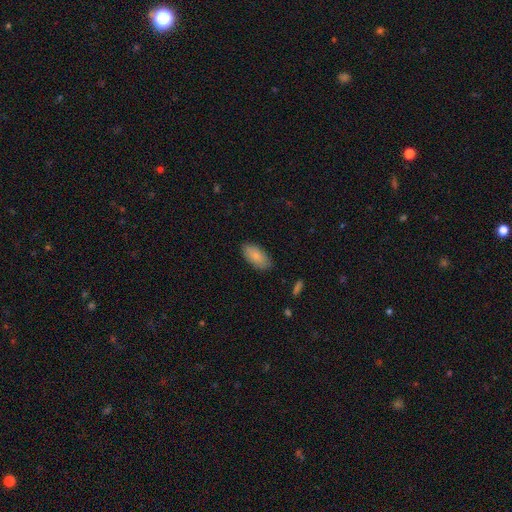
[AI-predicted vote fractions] This appears to be a smooth galaxy with no disk features (83%) that is in between round and cigar-shaped (92%). Merging: none (84%).